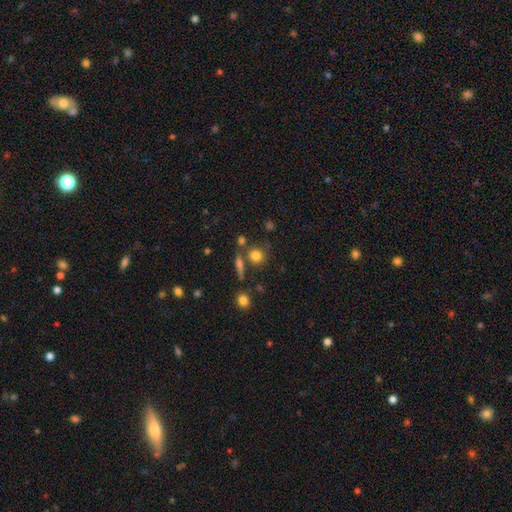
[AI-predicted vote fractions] smooth_or_featured: smooth (p=0.79) [alt: star or artifact p=0.12]
how_rounded: round (p=0.80) [alt: in between p=0.17]
merging: none (p=0.69) [alt: merger p=0.16]